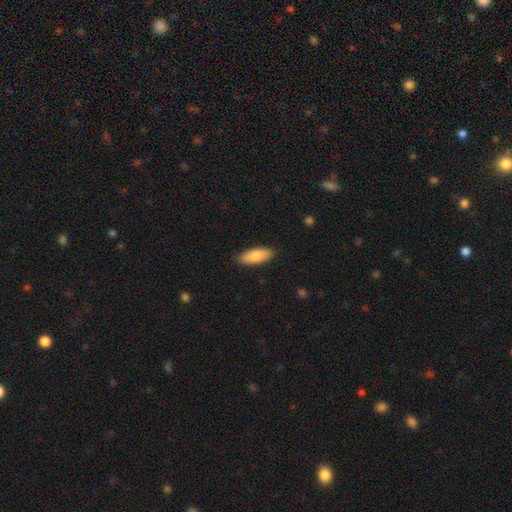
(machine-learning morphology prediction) type=smooth (82%); roundness=in between (77%); merging=none (87%).